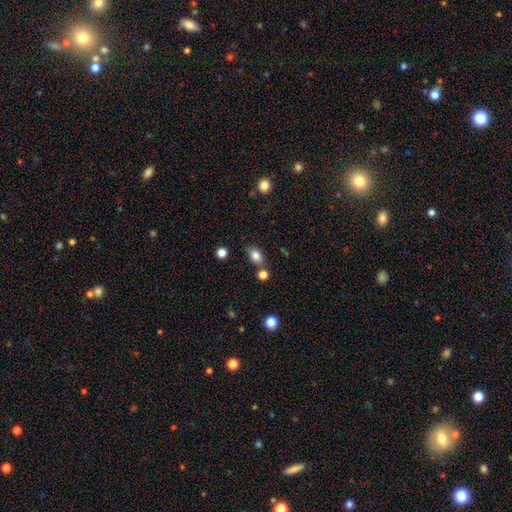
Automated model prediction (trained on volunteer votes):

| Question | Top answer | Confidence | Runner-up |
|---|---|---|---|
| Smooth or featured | smooth | 82% | star or artifact (10%) |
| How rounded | in between | 71% | round (27%) |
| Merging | none | 69% | minor disturbance (15%) |